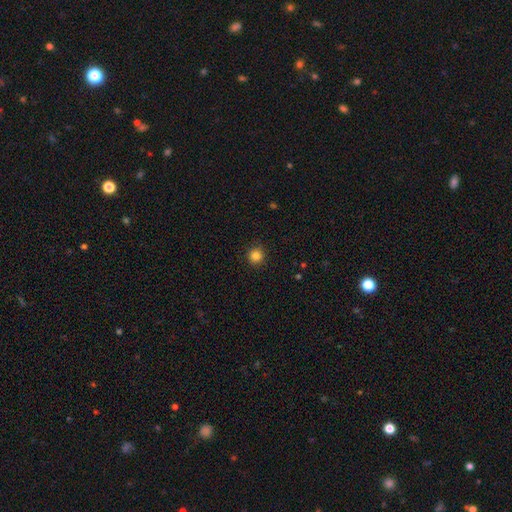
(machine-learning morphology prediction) type=smooth (84%); roundness=round (94%); merging=none (91%).